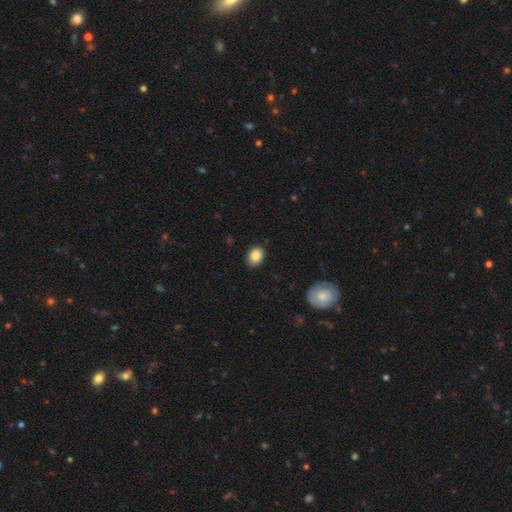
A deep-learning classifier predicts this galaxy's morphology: The model was most divided on "how rounded": in between: 65%, round: 34%, cigar-shaped: 1%. More confident: smooth or featured — smooth (87%); merging — none (84%).